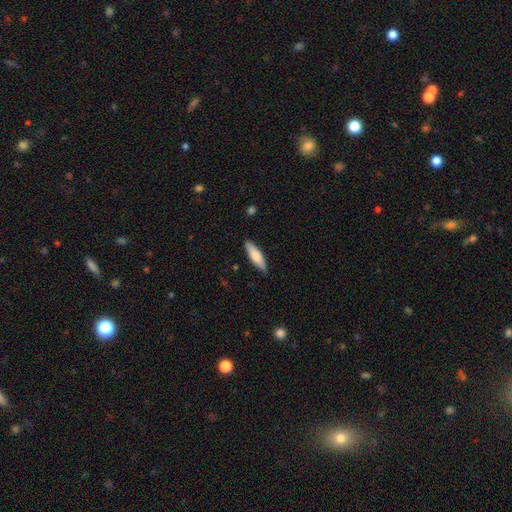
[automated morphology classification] Overall: smooth (77%). How rounded: cigar-shaped (57%; in between 41%). Merging: none (87%).